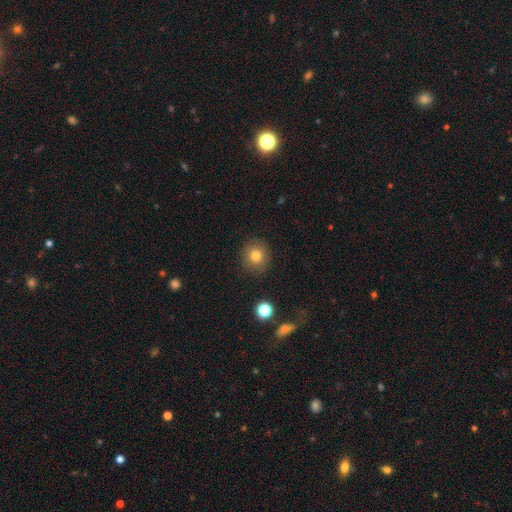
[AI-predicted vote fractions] smooth 79%, star or artifact 12%, featured or disk 9%. Down the decision tree: how rounded — round (87%); merging — none (88%).